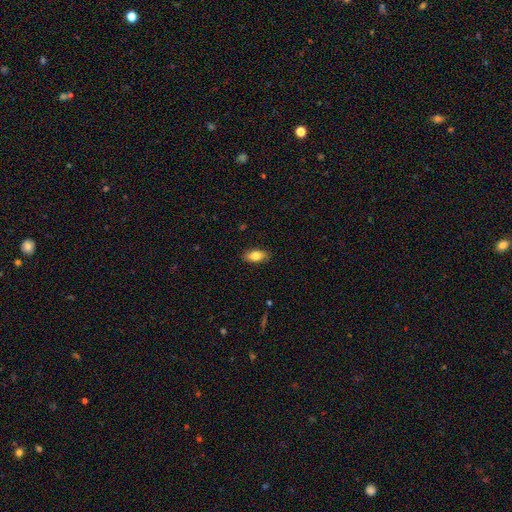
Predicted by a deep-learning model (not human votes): This is clearly a smooth galaxy (82%). How rounded: clearly in between (88%). Merging: clearly none (87%).